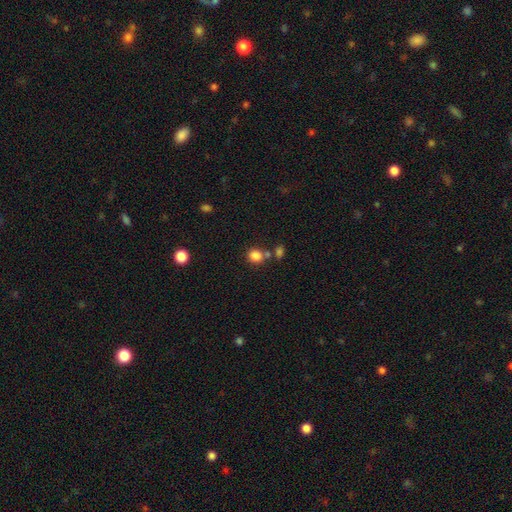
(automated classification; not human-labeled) smooth 85%, star or artifact 11%, featured or disk 4%. Down the decision tree: how rounded — round (79%); merging — none (66%).